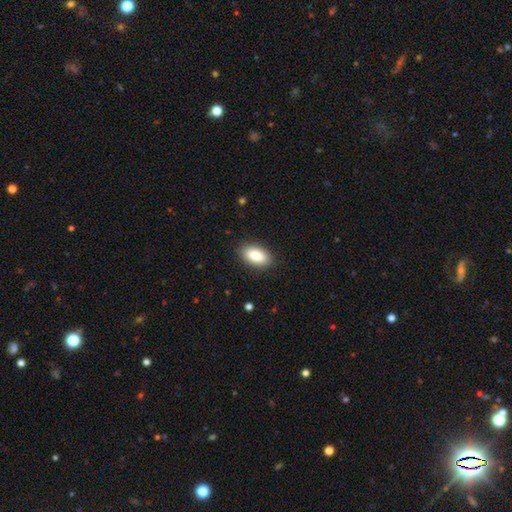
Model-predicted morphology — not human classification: Smooth or featured? Predicted: smooth (p=0.89). How rounded? Predicted: in between (p=0.94). Merging? Predicted: none (p=0.88).